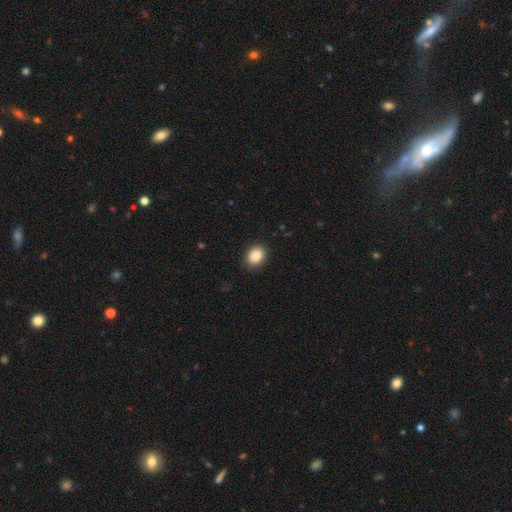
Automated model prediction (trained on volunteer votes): Smooth or featured: smooth — 88% (star or artifact — 8%)
How rounded: in between — 61% (round — 38%)
Merging: none — 89% (minor disturbance — 8%)